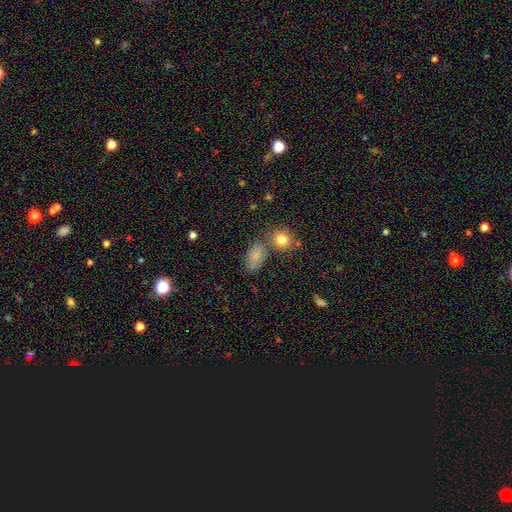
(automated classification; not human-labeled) smooth 80%, star or artifact 11%, featured or disk 9%. Down the decision tree: how rounded — in between (84%); merging — none (62%).